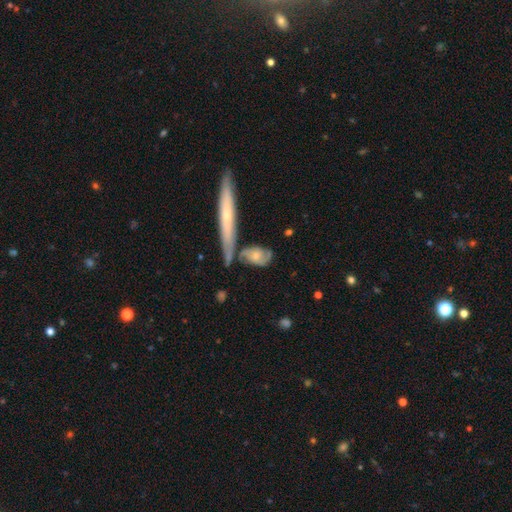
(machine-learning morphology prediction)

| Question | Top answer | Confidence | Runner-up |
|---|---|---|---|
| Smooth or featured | featured or disk | 59% | smooth (35%) |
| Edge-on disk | no | 83% | yes (17%) |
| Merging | none | 50% | minor disturbance (23%) |